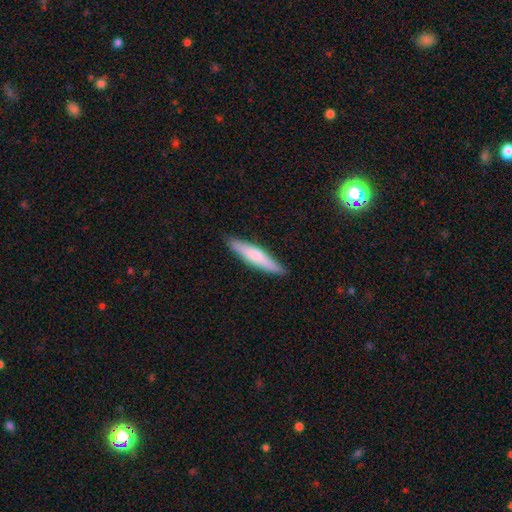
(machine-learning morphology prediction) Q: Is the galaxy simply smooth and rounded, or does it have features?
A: smooth — 65%.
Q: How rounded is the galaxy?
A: cigar-shaped — 87%.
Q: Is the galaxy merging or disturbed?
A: none — 88%.